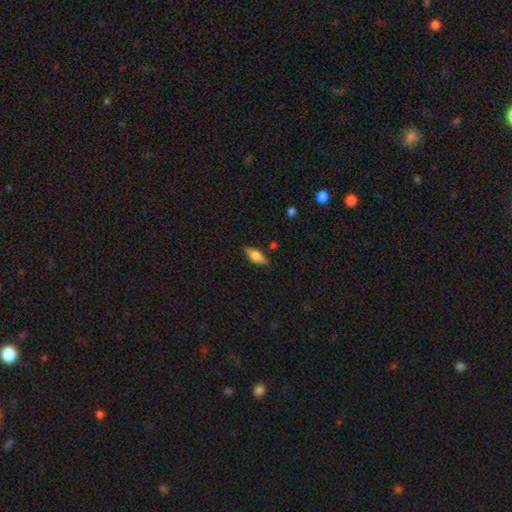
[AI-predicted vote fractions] A smooth galaxy with no disk features (50%). Merging: none (85%).